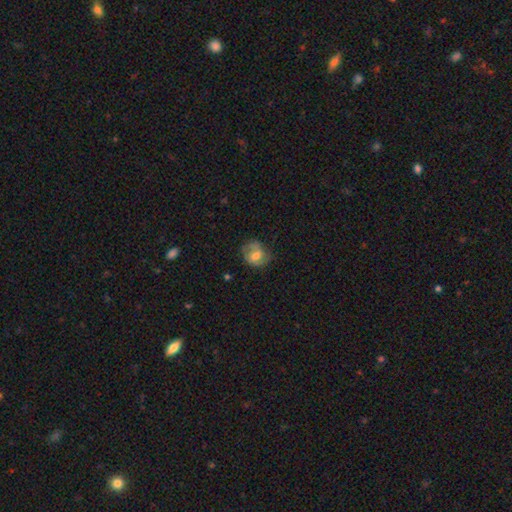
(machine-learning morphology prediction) smooth-or-featured: smooth: 54% | featured or disk: 38% | star or artifact: 8%
  how-rounded: round: 54% | in between: 45% | cigar-shaped: 1%
  merging: none: 52% | minor disturbance: 29% | major disturbance: 15% | merger: 3%